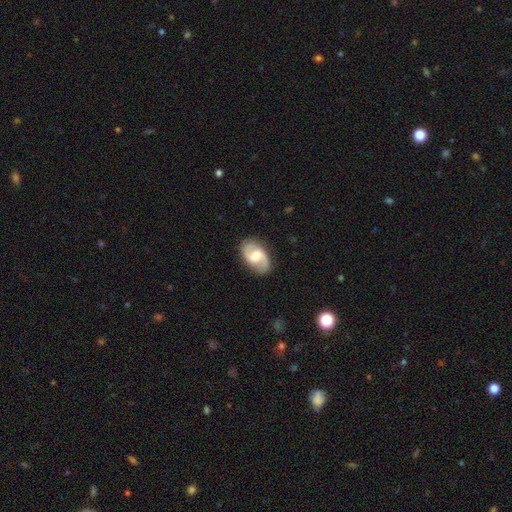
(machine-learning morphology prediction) This is likely a featured or disk galaxy (78%). It is clearly not viewed edge-on (97%). Bar: possibly weak (53%). Spiral arm pattern: clearly yes (94%). Spiral arm count: clearly 2 (91%). Spiral winding: possibly medium (50%). Central bulge: possibly moderate (60%). Merging: clearly none (84%).